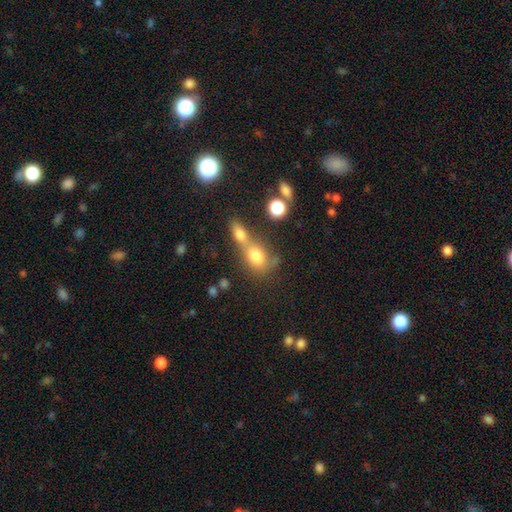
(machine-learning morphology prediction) This appears to be a smooth galaxy with no disk features (71%) that is in between round and cigar-shaped (51%). Merging: merger (53%).